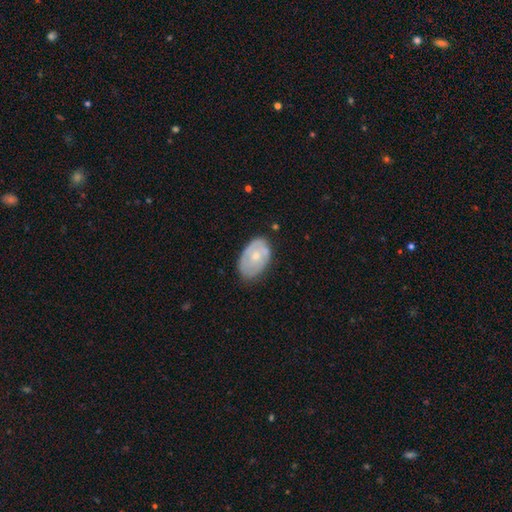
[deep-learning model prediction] Morphology: type=featured or disk (48%); merging=none (67%).